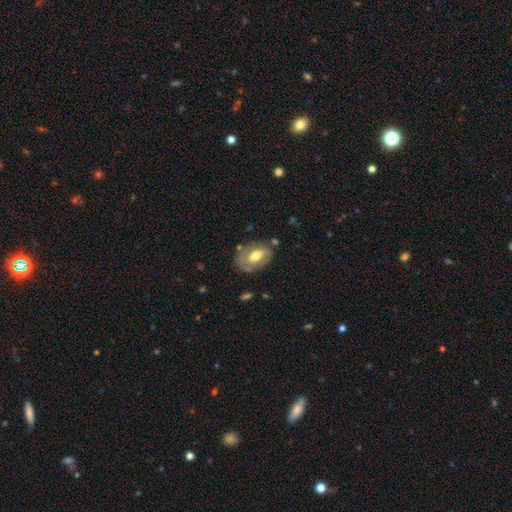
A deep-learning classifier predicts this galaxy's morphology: This is possibly a smooth galaxy (48%). Merging: likely none (69%).